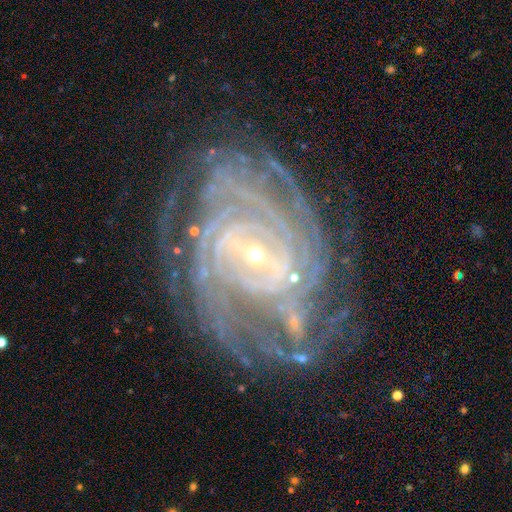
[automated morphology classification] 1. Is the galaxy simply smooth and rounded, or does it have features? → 91% featured or disk, 6% star or artifact, 3% smooth.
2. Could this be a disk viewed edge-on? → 97% no, 3% yes.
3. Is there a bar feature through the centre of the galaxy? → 41% weak, 36% strong, 23% no.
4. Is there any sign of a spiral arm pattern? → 98% yes, 2% no.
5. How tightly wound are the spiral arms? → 77% tight, 19% medium, 4% loose.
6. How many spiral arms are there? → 24% can't tell, 20% more than 4, 19% 4, 15% 2, 14% 3, 8% 1.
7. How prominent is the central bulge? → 75% small, 22% moderate, 2% large, 1% none, 1% dominant.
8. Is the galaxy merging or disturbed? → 68% none, 18% minor disturbance, 11% major disturbance, 3% merger.